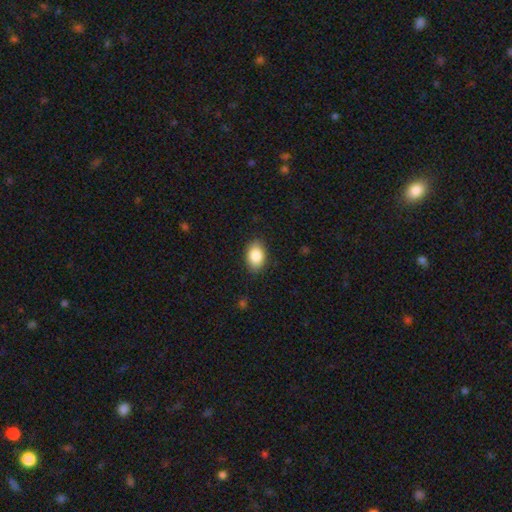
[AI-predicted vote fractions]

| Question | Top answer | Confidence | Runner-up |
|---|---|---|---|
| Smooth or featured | smooth | 86% | star or artifact (7%) |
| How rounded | in between | 86% | round (13%) |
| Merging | none | 86% | minor disturbance (11%) |